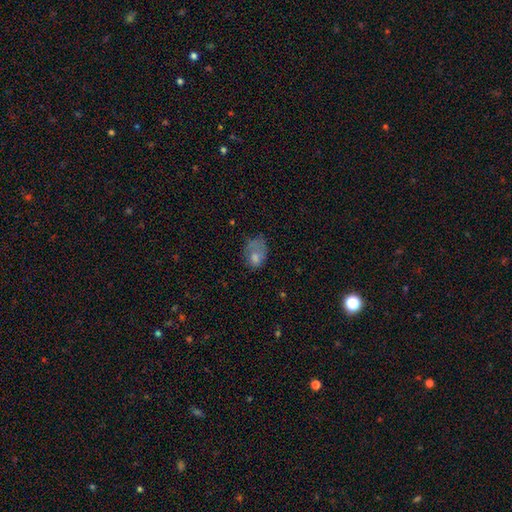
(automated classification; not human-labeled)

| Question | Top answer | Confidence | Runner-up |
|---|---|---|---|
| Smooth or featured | smooth | 65% | featured or disk (25%) |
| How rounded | in between | 77% | round (22%) |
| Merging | major disturbance | 39% | none (28%) |